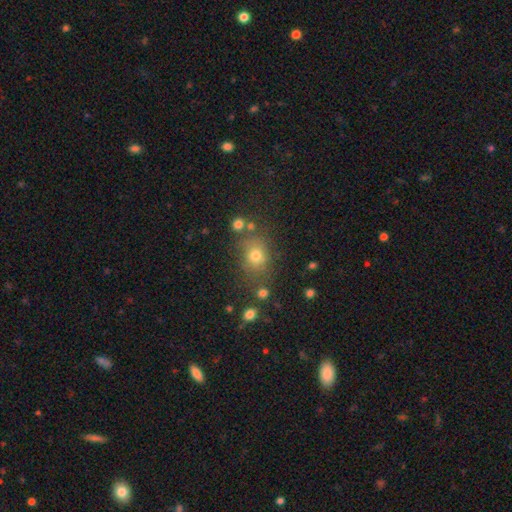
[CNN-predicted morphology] This is likely a smooth galaxy (73%). How rounded: possibly round (55%). Merging: likely none (72%).